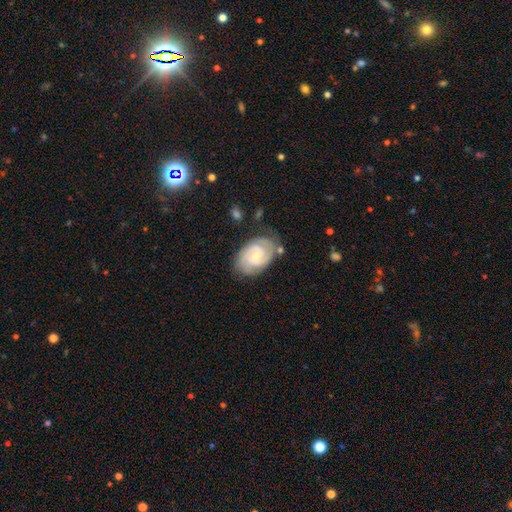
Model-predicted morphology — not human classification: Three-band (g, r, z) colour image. It shows a featured or disk galaxy (80%) with no bar (52%), 2 (59%) tight (62%) spiral arms (95%) and a small central bulge (63%). Merging: none (70%).